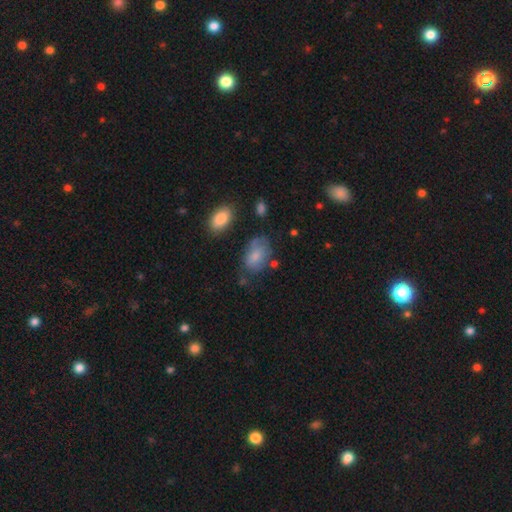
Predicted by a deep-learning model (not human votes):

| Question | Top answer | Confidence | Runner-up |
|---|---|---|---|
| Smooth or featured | smooth | 75% | featured or disk (17%) |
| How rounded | in between | 88% | round (11%) |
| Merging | none | 53% | minor disturbance (29%) |